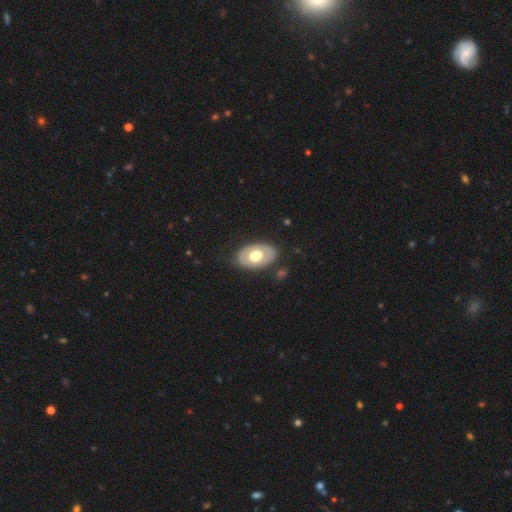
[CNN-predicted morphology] A featured or disk galaxy (49%). Merging: none (81%).